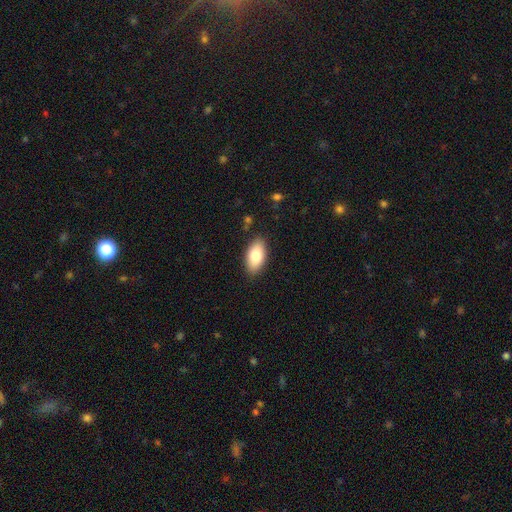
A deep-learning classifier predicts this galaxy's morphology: Overall: smooth (80%). How rounded: in between (93%). Merging: none (87%).